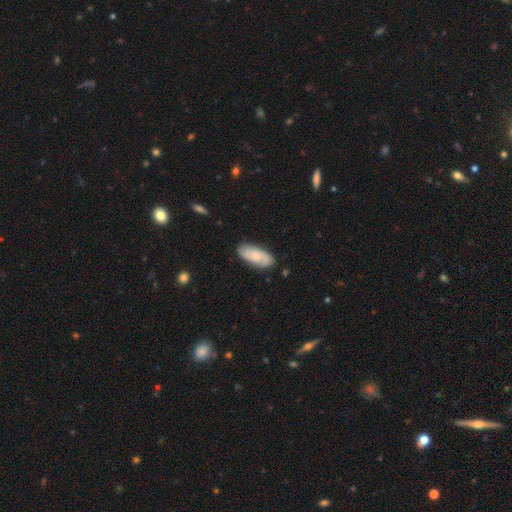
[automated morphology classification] type=smooth (53%); roundness=in between (87%); merging=none (82%).